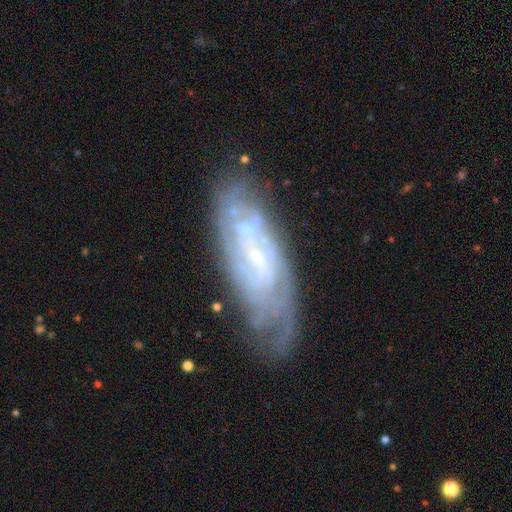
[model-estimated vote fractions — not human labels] Q: Smooth or featured?
A: featured or disk (80%); runner-up: smooth (13%)
Q: Edge-on disk?
A: no (88%); runner-up: yes (12%)
Q: Bar?
A: weak (46%); runner-up: no (39%)
Q: Spiral arms?
A: yes (90%); runner-up: no (10%)
Q: Spiral winding?
A: tight (65%); runner-up: medium (28%)
Q: Spiral arm count?
A: can't tell (52%); runner-up: 2 (18%)
Q: Bulge size?
A: small (73%); runner-up: moderate (14%)
Q: Merging?
A: none (67%); runner-up: minor disturbance (22%)